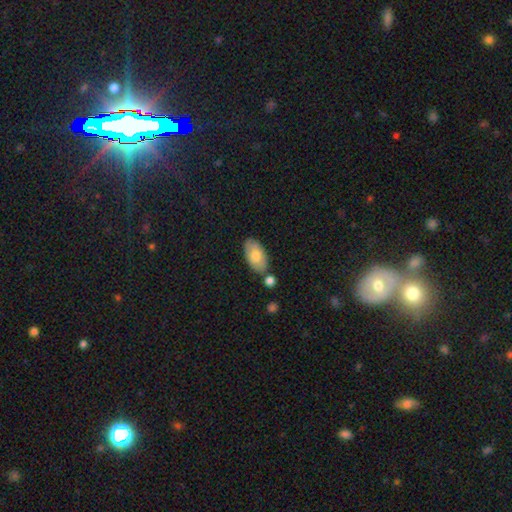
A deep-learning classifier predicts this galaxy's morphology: smooth-or-featured: smooth: 79% | featured or disk: 16% | star or artifact: 6%
  how-rounded: in between: 94% | round: 3% | cigar-shaped: 3%
  merging: none: 71% | minor disturbance: 15% | merger: 11% | major disturbance: 3%